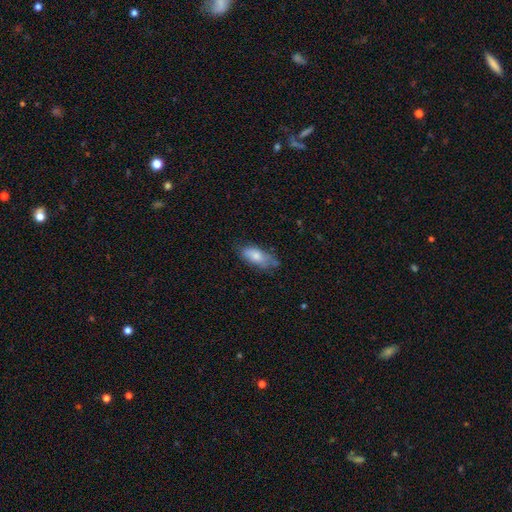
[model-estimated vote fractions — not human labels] smooth-or-featured: smooth: 77% | featured or disk: 16% | star or artifact: 7%
  how-rounded: in between: 83% | cigar-shaped: 15% | round: 3%
  merging: none: 54% | minor disturbance: 33% | major disturbance: 9% | merger: 3%